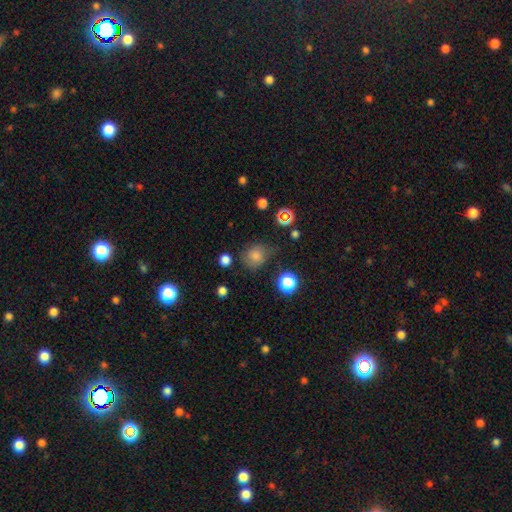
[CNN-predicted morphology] A smooth galaxy with no disk features (73%) that is round (77%).

Vote fractions:
- Smooth or featured? smooth: 73% / star or artifact: 20% / featured or disk: 7%
- How rounded? round: 77% / in between: 22% / cigar-shaped: 1%
- Merging? none: 69% / minor disturbance: 21% / major disturbance: 7% / merger: 3%